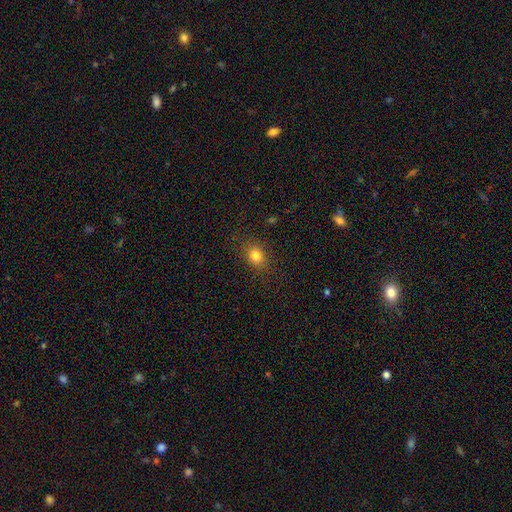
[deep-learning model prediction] smooth 81%, star or artifact 12%, featured or disk 7%. Down the decision tree: how rounded — in between (53%); merging — none (85%).